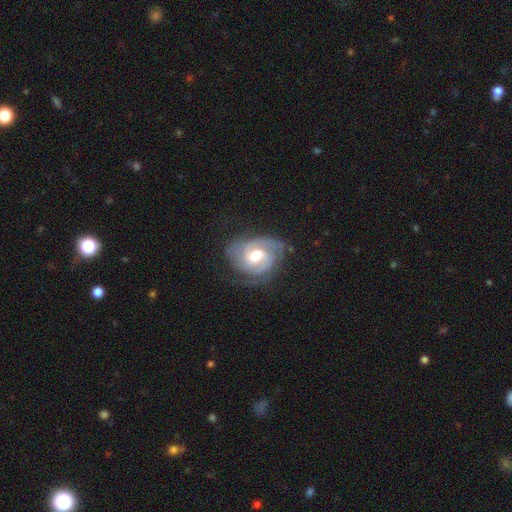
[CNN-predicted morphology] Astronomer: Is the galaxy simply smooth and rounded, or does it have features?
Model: featured or disk — 86%.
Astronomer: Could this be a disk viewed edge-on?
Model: no — 97%.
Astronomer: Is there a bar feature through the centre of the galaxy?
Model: weak — 50% (runner-up: no, 37%).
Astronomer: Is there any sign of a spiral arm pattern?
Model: yes — 96%.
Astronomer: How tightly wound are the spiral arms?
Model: tight — 55% (runner-up: medium, 37%).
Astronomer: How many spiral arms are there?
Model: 2 — 50%.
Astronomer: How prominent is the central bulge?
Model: moderate — 66%.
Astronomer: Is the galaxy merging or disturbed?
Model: none — 66%.